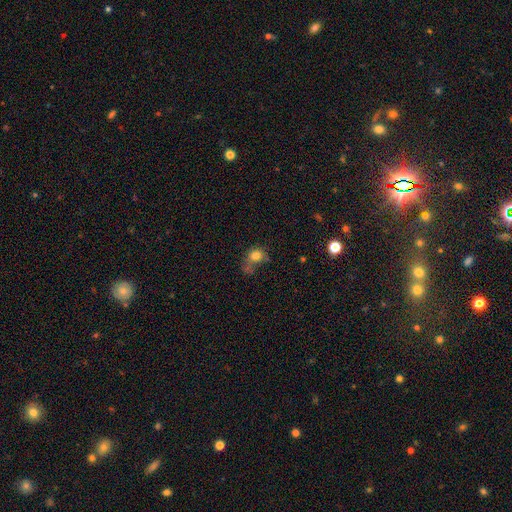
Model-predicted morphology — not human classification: smooth 75%, star or artifact 13%, featured or disk 12%. Down the decision tree: how rounded — round (65%); merging — none (34%).